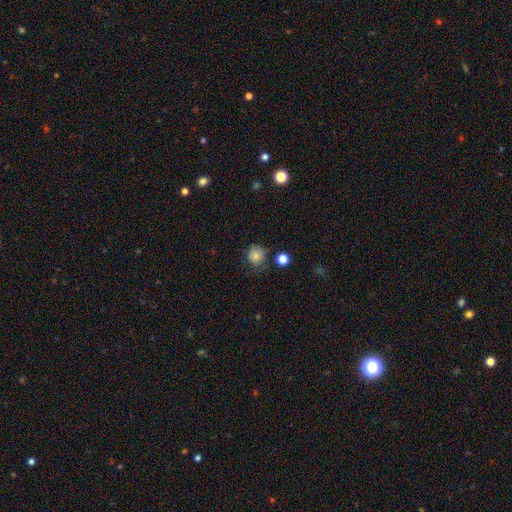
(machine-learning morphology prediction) The model was most divided on "merging": none: 74%, minor disturbance: 18%, major disturbance: 5%, merger: 4%. More confident: how rounded — round (89%); smooth or featured — smooth (81%).